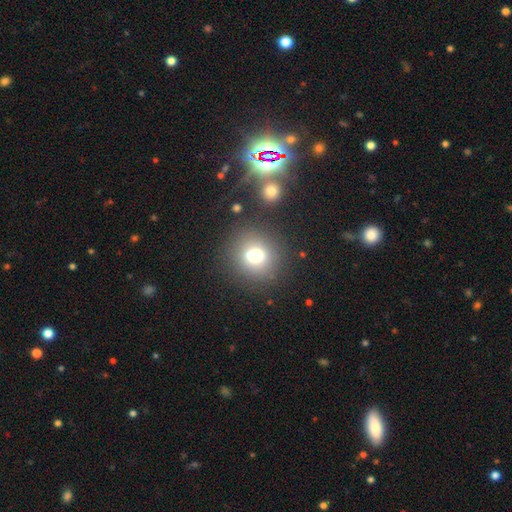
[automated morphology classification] smooth_or_featured: smooth (p=0.73) [alt: star or artifact p=0.15]
how_rounded: round (p=0.80) [alt: in between p=0.19]
merging: none (p=0.78) [alt: minor disturbance p=0.10]